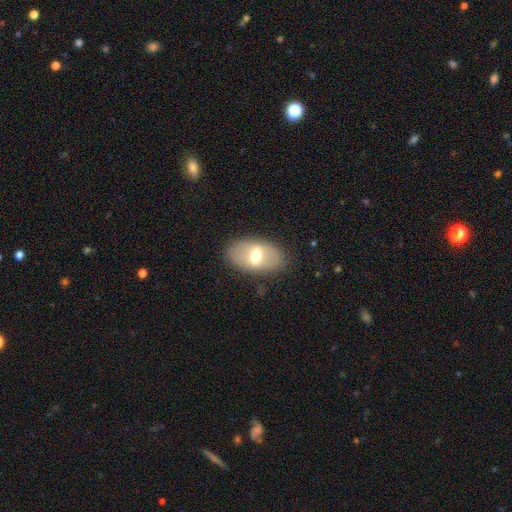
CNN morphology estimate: A smooth galaxy with no disk features (52%) that is in between round and cigar-shaped (89%).

Vote fractions:
- Smooth or featured? smooth: 52% / featured or disk: 40% / star or artifact: 7%
- How rounded? in between: 89% / round: 9% / cigar-shaped: 2%
- Merging? none: 82% / minor disturbance: 12% / major disturbance: 5% / merger: 1%